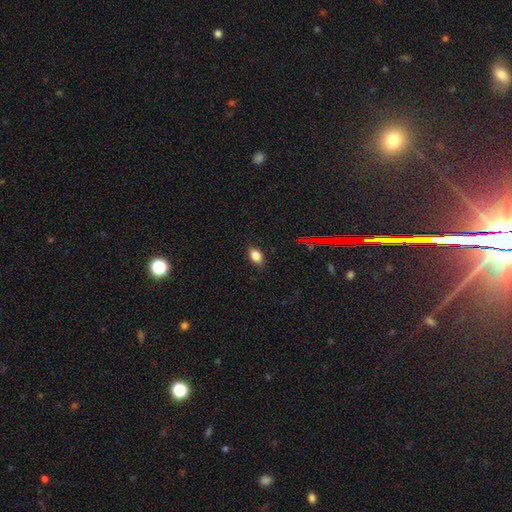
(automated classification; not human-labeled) This is clearly a smooth galaxy (81%). How rounded: clearly in between (85%). Merging: clearly none (83%).